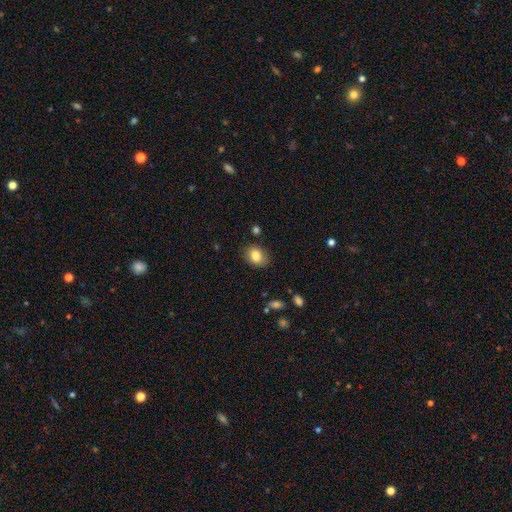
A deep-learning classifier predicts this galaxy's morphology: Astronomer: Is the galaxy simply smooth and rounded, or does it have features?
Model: smooth — 83%.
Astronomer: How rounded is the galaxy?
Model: in between — 58% (runner-up: round, 41%).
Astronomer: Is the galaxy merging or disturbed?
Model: none — 80%.